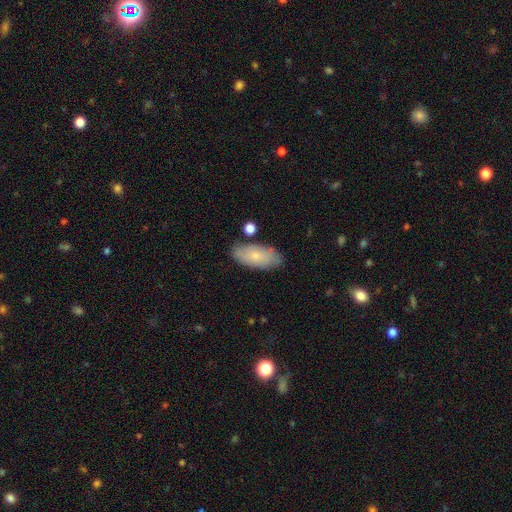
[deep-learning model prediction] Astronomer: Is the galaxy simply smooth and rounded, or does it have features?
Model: smooth — 69%.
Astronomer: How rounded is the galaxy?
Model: in between — 90%.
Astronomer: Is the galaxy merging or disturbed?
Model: none — 77%.